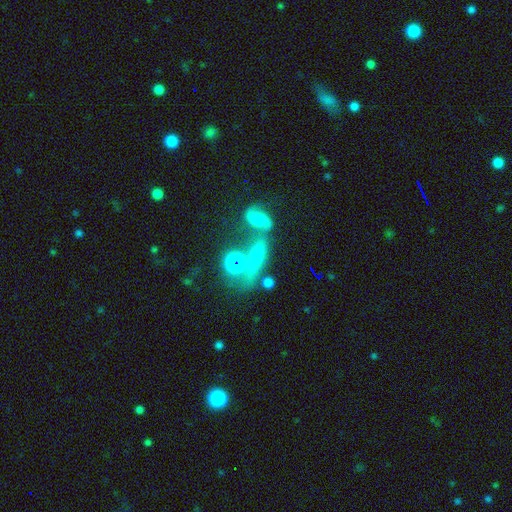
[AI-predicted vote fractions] The model was most divided on "smooth or featured": featured or disk: 39%, smooth: 34%, star or artifact: 27%. Remaining: merging — none (46%).